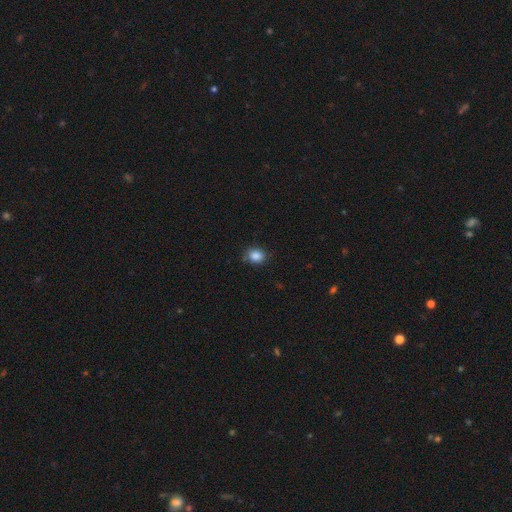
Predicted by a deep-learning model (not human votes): Q: Smooth or featured?
A: smooth (86%); runner-up: star or artifact (10%)
Q: How rounded?
A: round (63%); runner-up: in between (37%)
Q: Merging?
A: none (80%); runner-up: minor disturbance (16%)